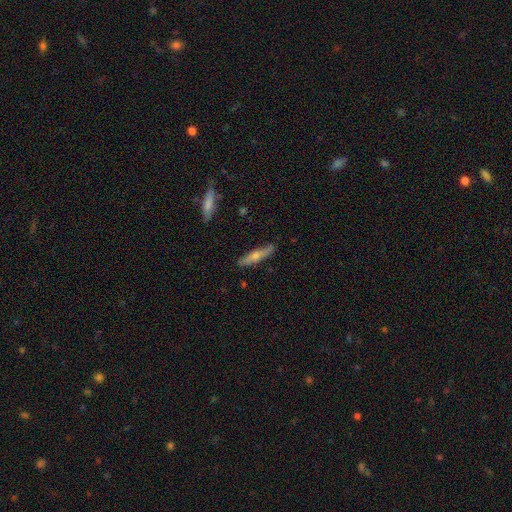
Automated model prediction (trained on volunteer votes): Smooth or featured: smooth — 49% (featured or disk — 44%)
Merging: none — 85% (minor disturbance — 12%)